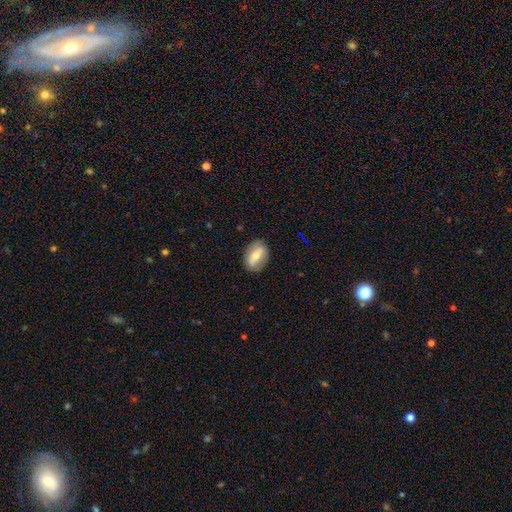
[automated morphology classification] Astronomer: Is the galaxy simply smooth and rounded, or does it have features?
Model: smooth — 55% (runner-up: featured or disk, 38%).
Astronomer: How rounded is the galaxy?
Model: in between — 82%.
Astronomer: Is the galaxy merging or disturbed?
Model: none — 82%.